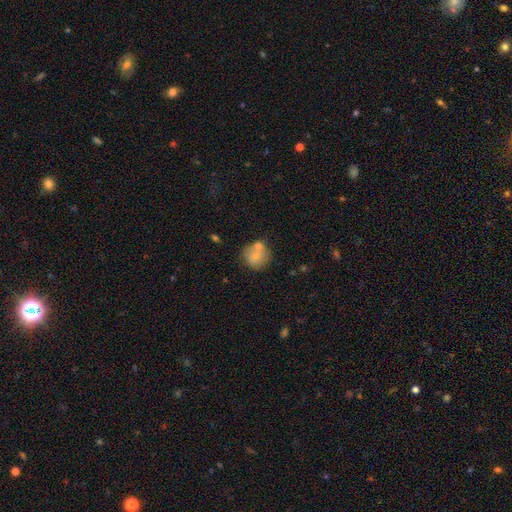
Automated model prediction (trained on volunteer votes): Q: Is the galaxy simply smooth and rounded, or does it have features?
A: smooth — 71%.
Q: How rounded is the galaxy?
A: round — 87%.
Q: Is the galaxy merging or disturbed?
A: none — 51%.